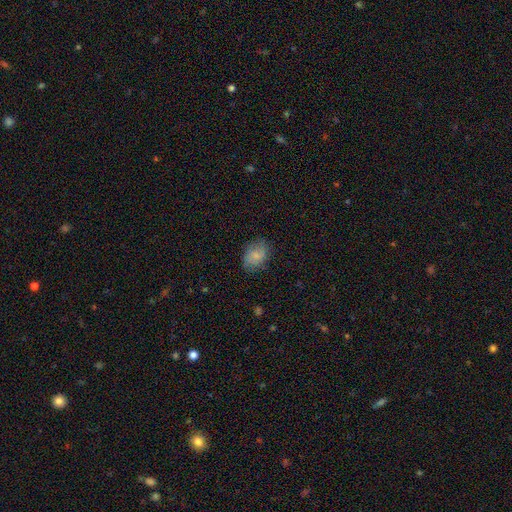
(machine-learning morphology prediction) Smooth or featured? Predicted: smooth (p=0.77). How rounded? Predicted: in between (p=0.72). Merging? Predicted: none (p=0.74).